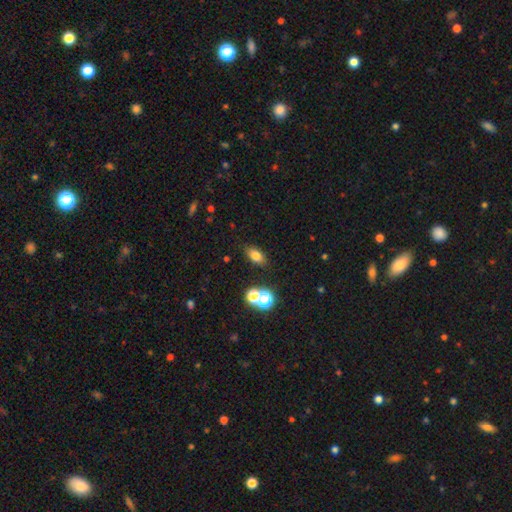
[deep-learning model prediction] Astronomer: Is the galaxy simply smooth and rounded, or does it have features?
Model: smooth — 75%.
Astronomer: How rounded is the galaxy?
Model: in between — 81%.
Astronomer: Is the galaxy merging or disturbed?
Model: none — 82%.